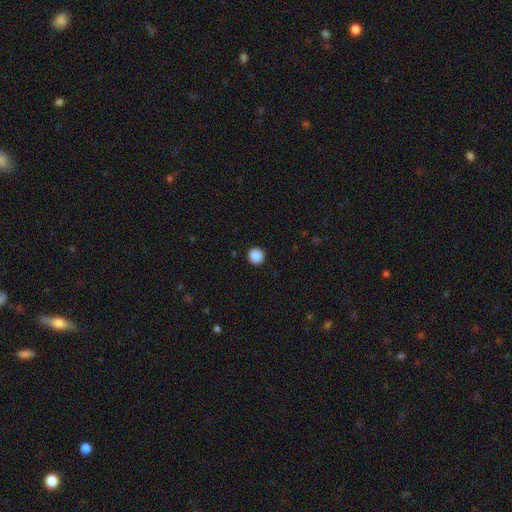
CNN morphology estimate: The model was most divided on "smooth or featured": smooth: 89%, star or artifact: 9%, featured or disk: 2%. More confident: how rounded — round (94%); merging — none (93%).